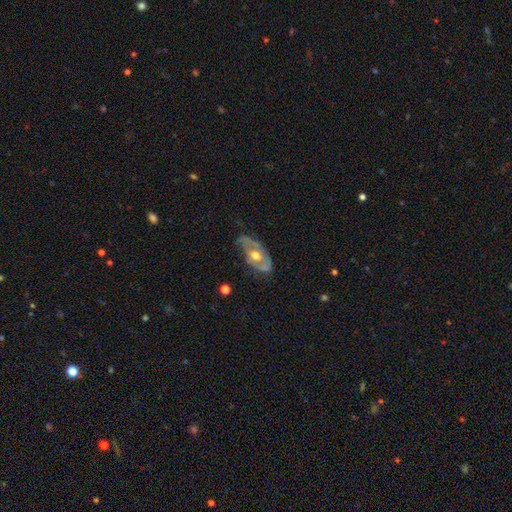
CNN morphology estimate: Smooth or featured?
  - featured or disk: 67% *
  - smooth: 27%
  - star or artifact: 5%
Edge-on disk?
  - no: 87% *
  - yes: 13%
Bar?
  - no: 73% *
  - weak: 21%
  - strong: 6%
Spiral arms?
  - no: 50% * (tied)
  - yes: 50% * (tied)
Bulge size?
  - moderate: 76% *
  - large: 11%
  - small: 11%
  - none: 1%
  - dominant: 1%
Merging?
  - none: 49% *
  - minor disturbance: 33%
  - major disturbance: 15%
  - merger: 2%